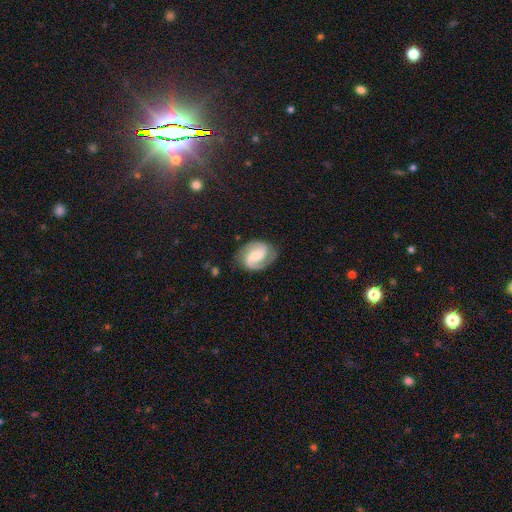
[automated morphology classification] Smooth or featured? Predicted: featured or disk (p=0.83). Edge-on disk? Predicted: no (p=0.98). Bar? Predicted: weak (p=0.45). Spiral arms? Predicted: yes (p=0.97). Spiral winding? Predicted: medium (p=0.51). Spiral arm count? Predicted: 2 (p=0.90). Bulge size? Predicted: moderate (p=0.47). Merging? Predicted: none (p=0.78).